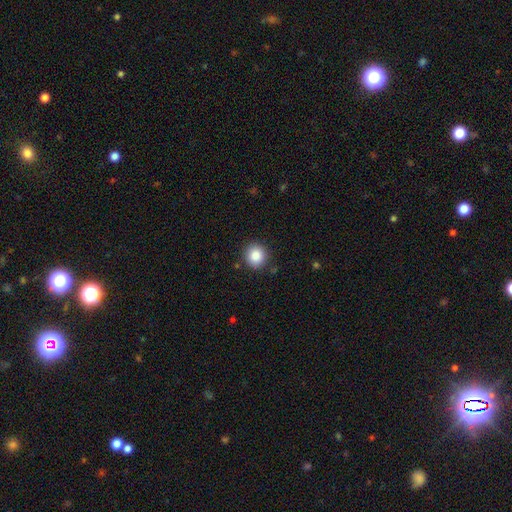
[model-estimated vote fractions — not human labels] Smooth or featured? Predicted: smooth (p=0.87). How rounded? Predicted: round (p=0.90). Merging? Predicted: none (p=0.88).